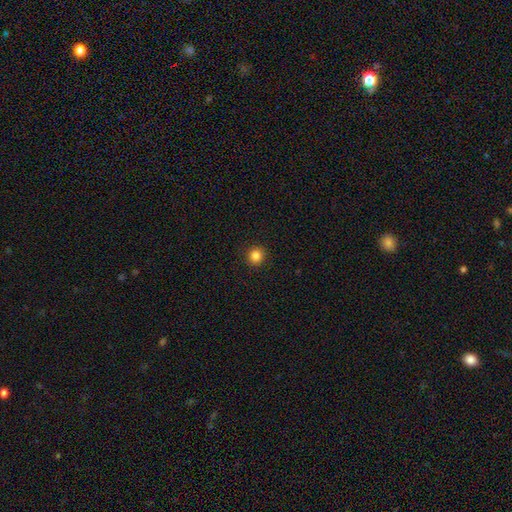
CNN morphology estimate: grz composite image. It shows a smooth galaxy with no disk features (85%) that is round (91%). Merging: none (92%).